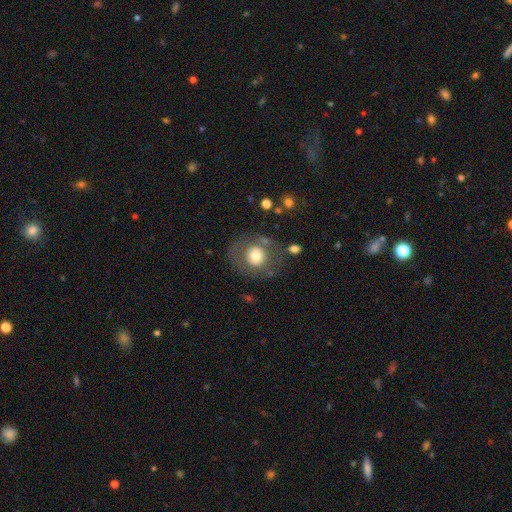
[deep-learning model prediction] Smooth or featured?
  - smooth: 63% *
  - featured or disk: 28%
  - star or artifact: 9%
How rounded?
  - round: 85% *
  - in between: 14%
  - cigar-shaped: 1%
Merging?
  - none: 70% *
  - minor disturbance: 14%
  - major disturbance: 12%
  - merger: 4%